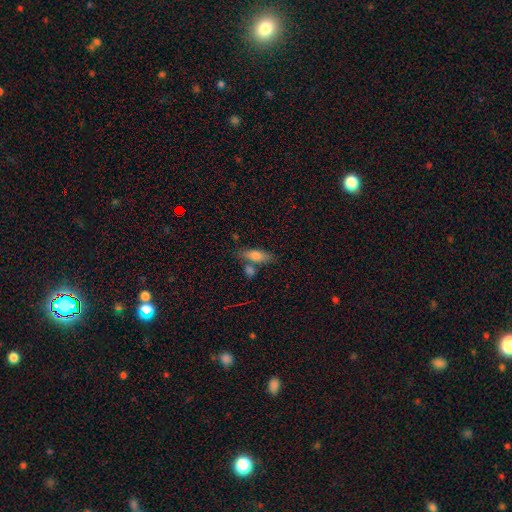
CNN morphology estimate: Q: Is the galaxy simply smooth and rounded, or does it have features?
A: smooth — 73%.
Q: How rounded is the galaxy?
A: in between — 60%.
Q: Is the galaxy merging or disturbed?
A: none — 62%.